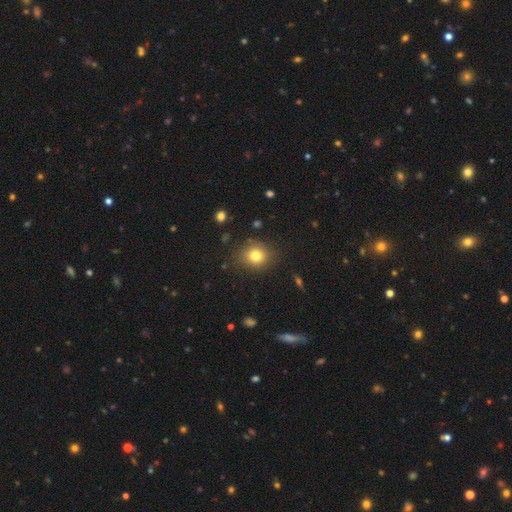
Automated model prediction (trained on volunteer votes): Smooth or featured? smooth (79%)
How rounded? round (77%)
Merging? none (82%)